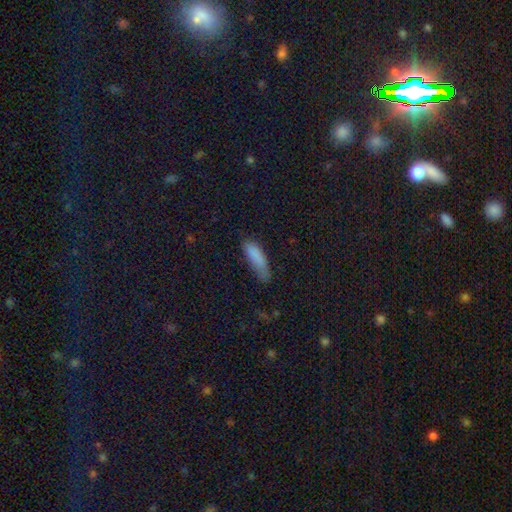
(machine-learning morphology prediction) Q: Smooth or featured?
A: smooth (84%); runner-up: featured or disk (8%)
Q: How rounded?
A: cigar-shaped (54%); runner-up: in between (45%)
Q: Merging?
A: none (55%); runner-up: minor disturbance (32%)